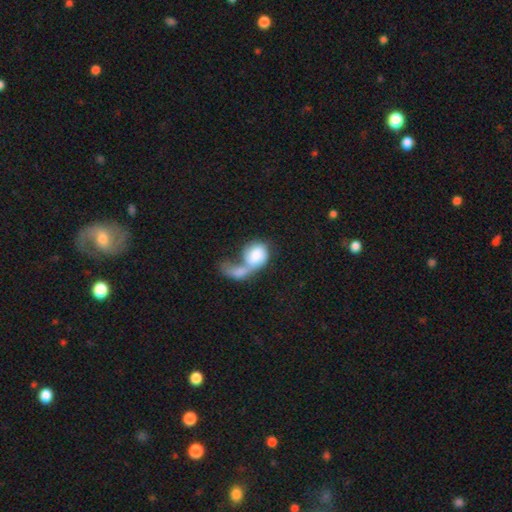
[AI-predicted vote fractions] smooth-or-featured: smooth: 65% | featured or disk: 28% | star or artifact: 7%
  how-rounded: in between: 57% | round: 41% | cigar-shaped: 2%
  merging: merger: 66% | major disturbance: 20% | none: 9% | minor disturbance: 6%